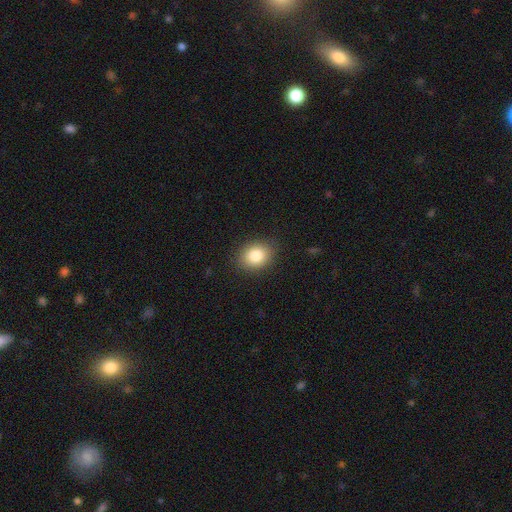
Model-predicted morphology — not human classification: smooth-or-featured: smooth: 84% | star or artifact: 9% | featured or disk: 7%
  how-rounded: in between: 51% | round: 48% | cigar-shaped: 1%
  merging: none: 87% | minor disturbance: 9% | major disturbance: 3% | merger: 1%